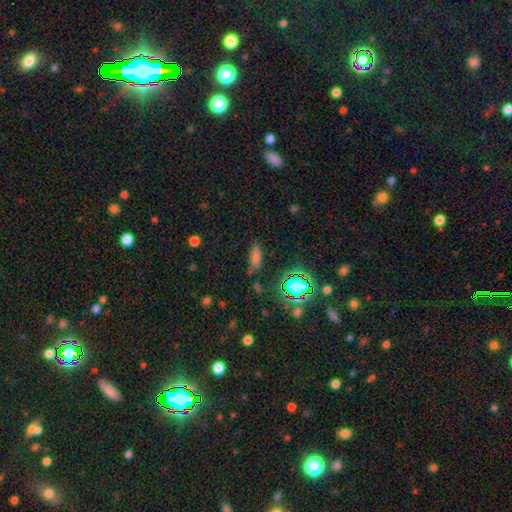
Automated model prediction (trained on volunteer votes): smooth 65%, star or artifact 25%, featured or disk 9%. Down the decision tree: how rounded — in between (57%); merging — none (72%).